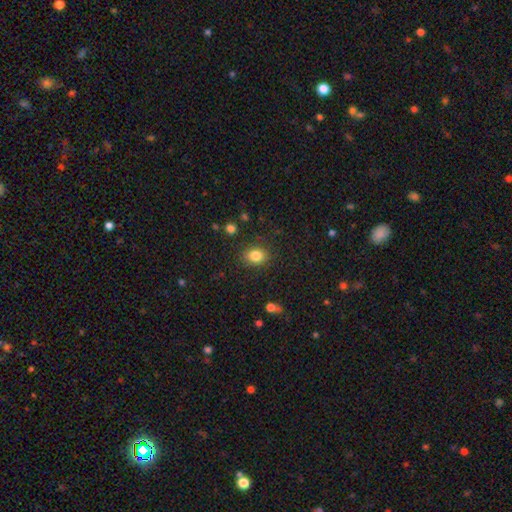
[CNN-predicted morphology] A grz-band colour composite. It shows a smooth galaxy with no disk features (83%) that is in between round and cigar-shaped (50%). Merging: none (85%).